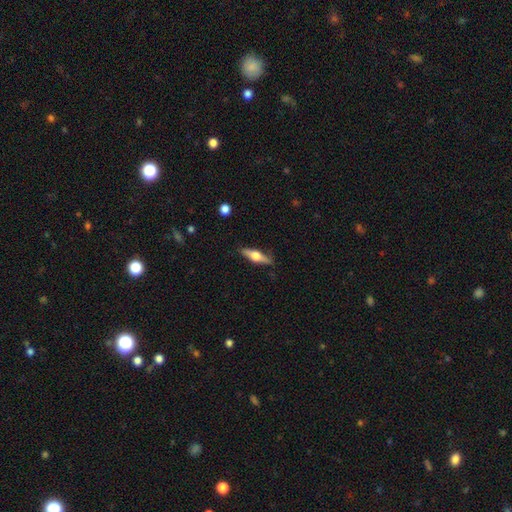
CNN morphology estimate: A featured or disk galaxy (58%) viewed edge-on (94%) with a rounded central bulge (94%).

Vote fractions:
- Smooth or featured? featured or disk: 58% / smooth: 36% / star or artifact: 6%
- Edge-on disk? yes: 94% / no: 6%
- Edge-on bulge? rounded: 94% / boxy: 4% / none: 2%
- Merging? none: 86% / minor disturbance: 11% / major disturbance: 2% / merger: 1%